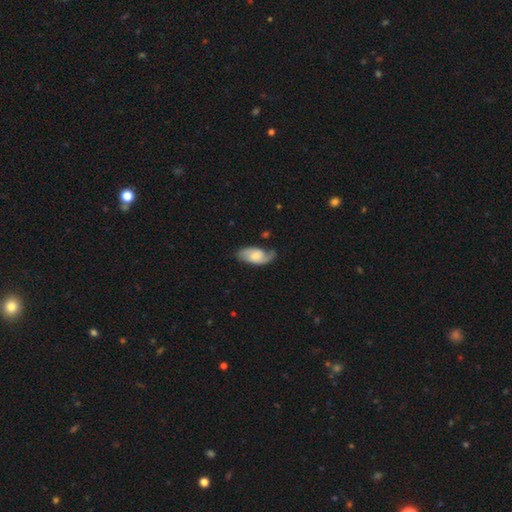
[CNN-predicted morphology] Overall: featured or disk (65%; smooth 29%). Edge-on disk: no (95%). Bar: no (61%; weak 33%). Spiral arms: yes (92%). Spiral arm count: 2 (72%). Spiral winding: medium (44%; loose 30%). Bulge size: small (41%; moderate 38%). Merging: none (63%; minor disturbance 24%).